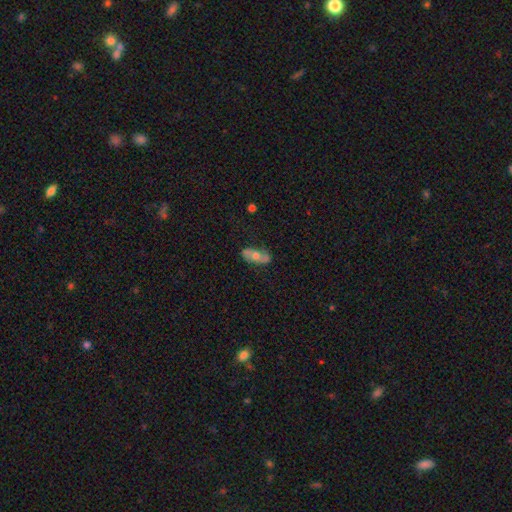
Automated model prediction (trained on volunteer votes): A smooth galaxy with no disk features (48%). Merging: none (74%).